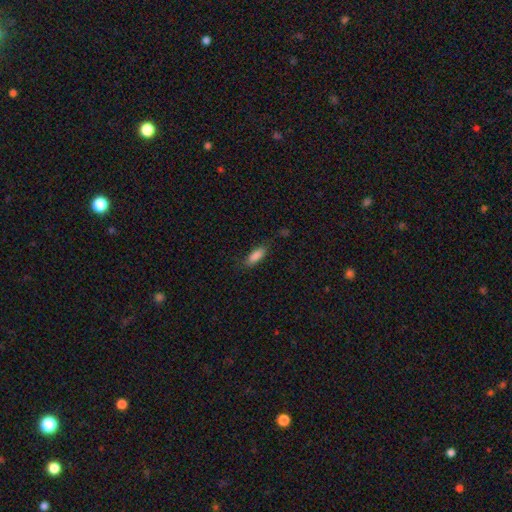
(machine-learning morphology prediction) A smooth galaxy with no disk features (86%) that is in between round and cigar-shaped (71%).

Vote fractions:
- Smooth or featured? smooth: 86% / featured or disk: 8% / star or artifact: 7%
- How rounded? in between: 71% / cigar-shaped: 27% / round: 2%
- Merging? none: 75% / minor disturbance: 18% / major disturbance: 5% / merger: 2%